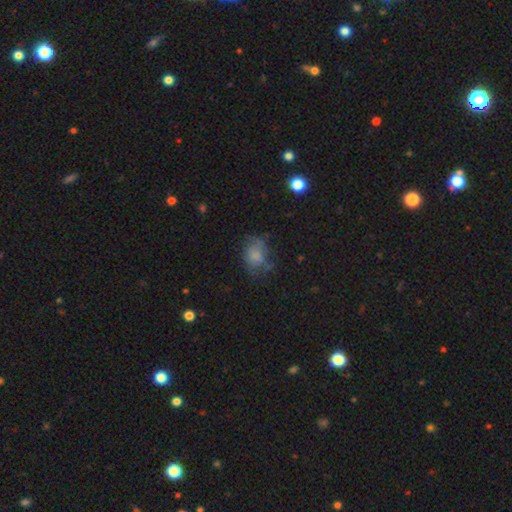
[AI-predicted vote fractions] smooth_or_featured: smooth (p=0.59) [alt: featured or disk p=0.29]
how_rounded: in between (p=0.57) [alt: round p=0.42]
merging: none (p=0.46) [alt: minor disturbance p=0.28]